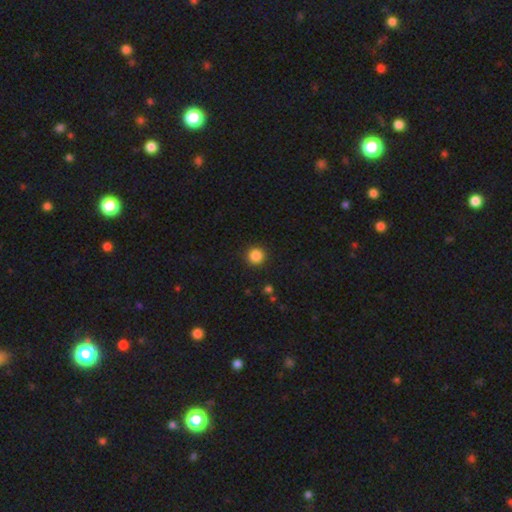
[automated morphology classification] This appears to be a smooth galaxy with no disk features (86%) that is round (95%). Merging: none (92%).